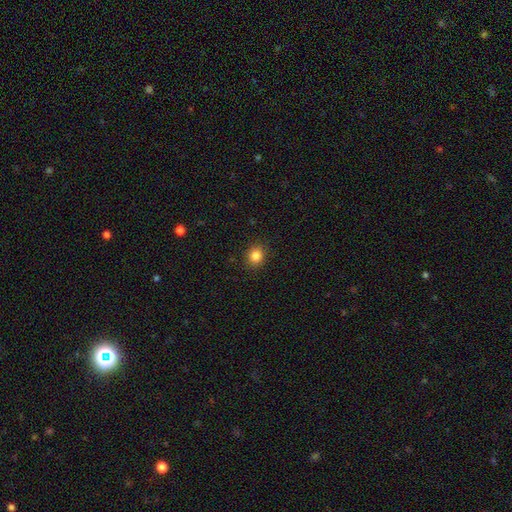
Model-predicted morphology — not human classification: This appears to be a smooth galaxy with no disk features (85%) that is round (74%). Merging: none (89%).